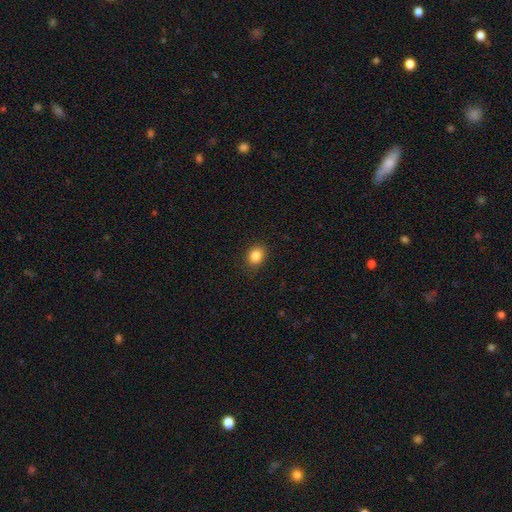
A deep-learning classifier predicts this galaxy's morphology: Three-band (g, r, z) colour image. It shows a smooth galaxy with no disk features (85%) that is round (53%). Merging: none (88%).